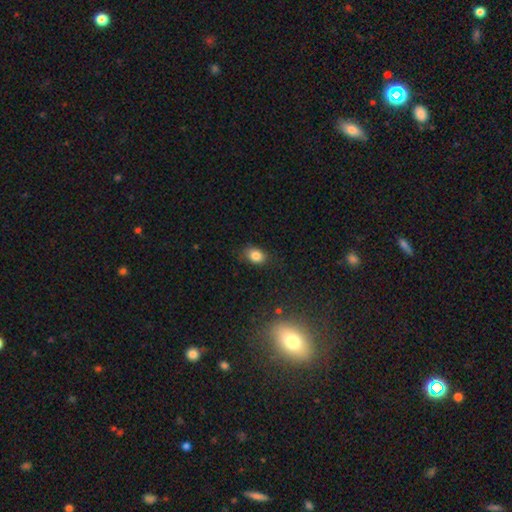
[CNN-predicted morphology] A smooth galaxy with no disk features (83%) that is in between round and cigar-shaped (72%).

Vote fractions:
- Smooth or featured? smooth: 83% / star or artifact: 10% / featured or disk: 7%
- How rounded? in between: 72% / round: 27% / cigar-shaped: 1%
- Merging? none: 78% / minor disturbance: 17% / major disturbance: 4% / merger: 1%